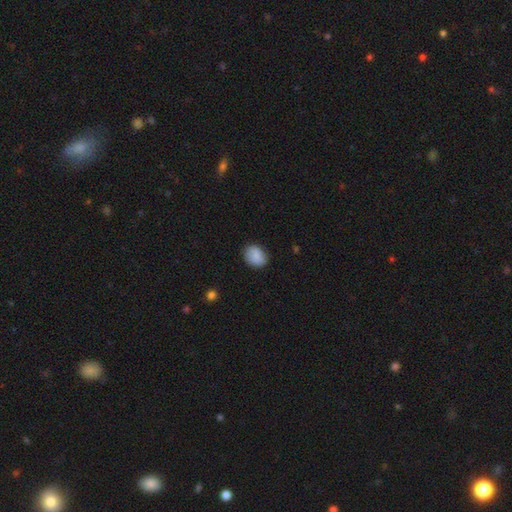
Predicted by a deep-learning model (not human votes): A smooth galaxy with no disk features (86%) that is in between round and cigar-shaped (52%).

Vote fractions:
- Smooth or featured? smooth: 86% / star or artifact: 7% / featured or disk: 6%
- How rounded? in between: 52% / round: 47% / cigar-shaped: 1%
- Merging? none: 80% / minor disturbance: 16% / major disturbance: 3% / merger: 1%